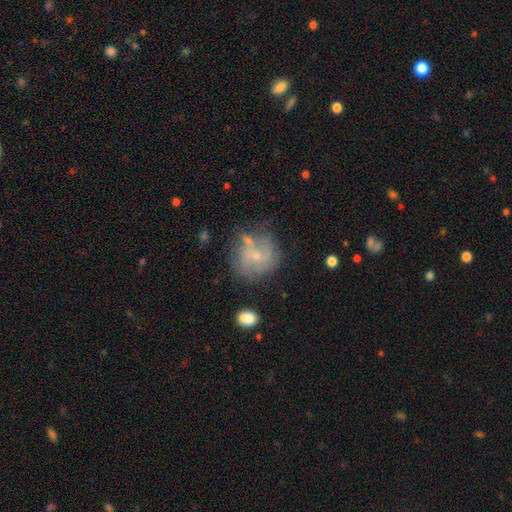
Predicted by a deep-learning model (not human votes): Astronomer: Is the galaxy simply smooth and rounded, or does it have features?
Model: featured or disk — 58%.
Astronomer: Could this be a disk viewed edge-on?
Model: no — 97%.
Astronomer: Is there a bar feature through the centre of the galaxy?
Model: no — 67%.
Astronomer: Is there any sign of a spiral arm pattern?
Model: yes — 70%.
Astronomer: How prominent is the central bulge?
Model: small — 75%.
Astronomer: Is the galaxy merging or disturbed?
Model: none — 55%.